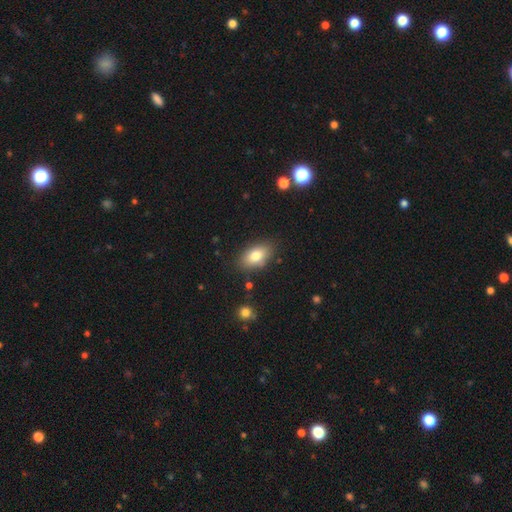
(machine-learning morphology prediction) Smooth or featured: smooth — 79% (featured or disk — 13%)
How rounded: in between — 90% (round — 7%)
Merging: none — 82% (minor disturbance — 12%)